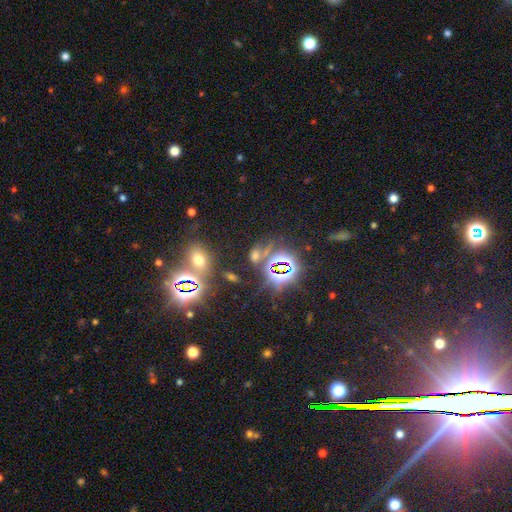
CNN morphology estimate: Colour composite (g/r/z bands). It shows a star or artifact, not a galaxy (61%).